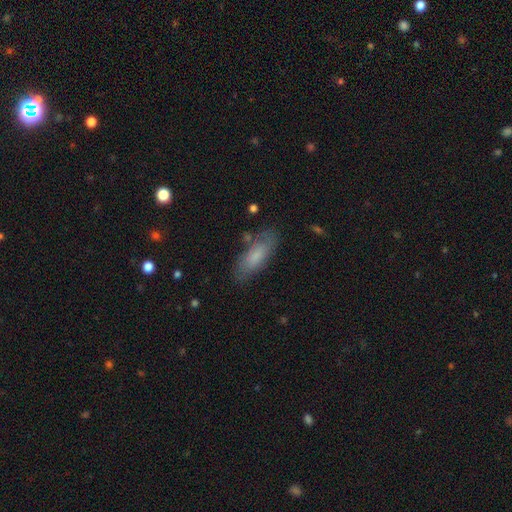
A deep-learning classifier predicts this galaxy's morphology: Overall: smooth (72%). How rounded: in between (66%; cigar-shaped 32%). Merging: none (76%).